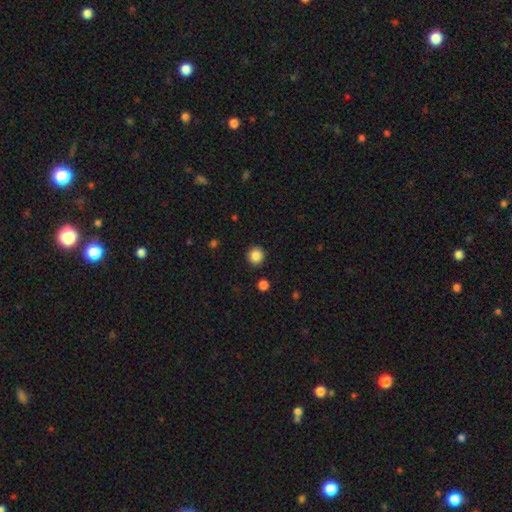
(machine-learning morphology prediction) smooth-or-featured: smooth: 87% | star or artifact: 10% | featured or disk: 3%
  how-rounded: round: 94% | in between: 5% | cigar-shaped: 1%
  merging: none: 91% | minor disturbance: 5% | major disturbance: 2% | merger: 2%